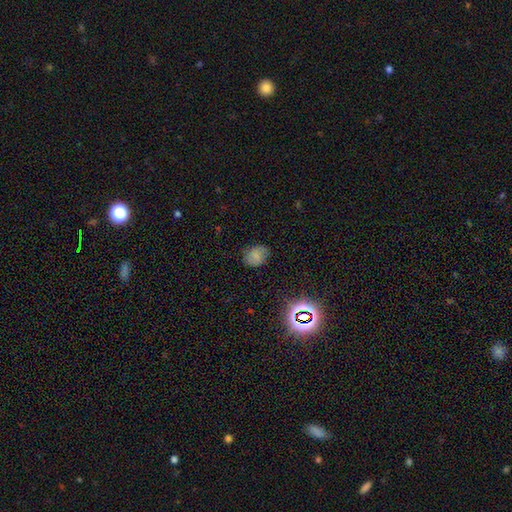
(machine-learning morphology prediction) A smooth galaxy with no disk features (69%) that is in between round and cigar-shaped (51%). Merging: none (75%).